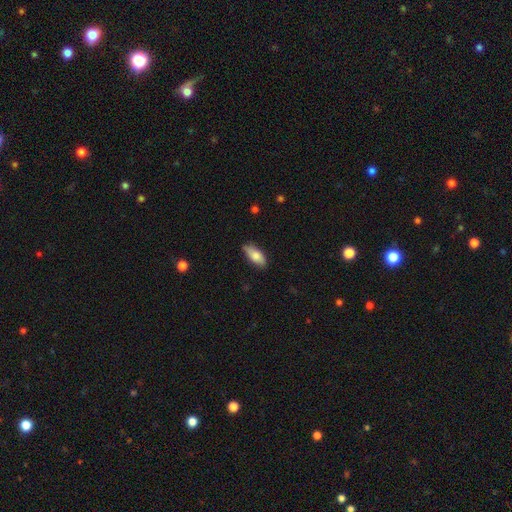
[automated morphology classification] smooth_or_featured: smooth (p=0.78) [alt: featured or disk p=0.16]
how_rounded: in between (p=0.82) [alt: cigar-shaped p=0.16]
merging: none (p=0.77) [alt: minor disturbance p=0.18]